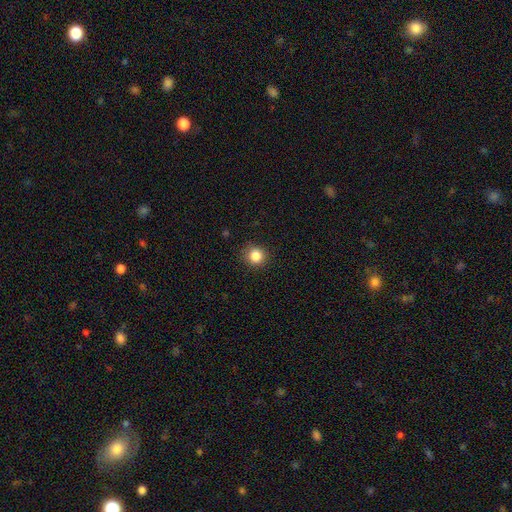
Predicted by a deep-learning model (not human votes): Morphology: type=smooth (85%); roundness=round (90%); merging=none (87%).